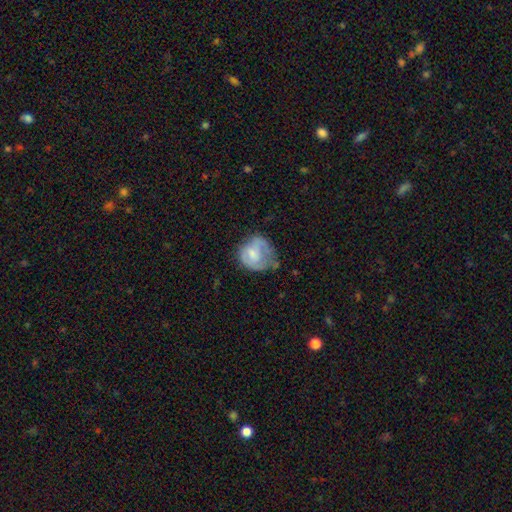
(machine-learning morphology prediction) A smooth galaxy with no disk features (51%) that is round (68%). Merging: none (39%).